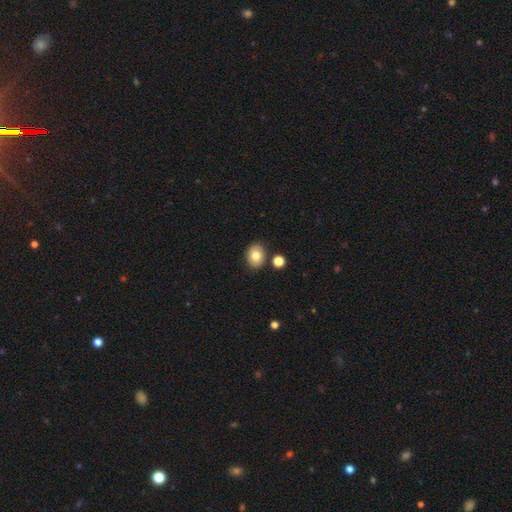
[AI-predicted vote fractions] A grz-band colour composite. It shows a smooth galaxy with no disk features (80%) that is in between round and cigar-shaped (55%). Merging: none (84%).